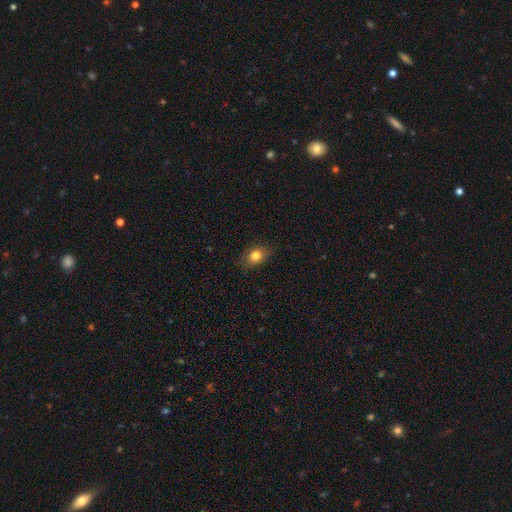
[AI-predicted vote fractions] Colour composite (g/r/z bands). It shows a smooth galaxy with no disk features (80%) that is in between round and cigar-shaped (59%). Merging: none (82%).